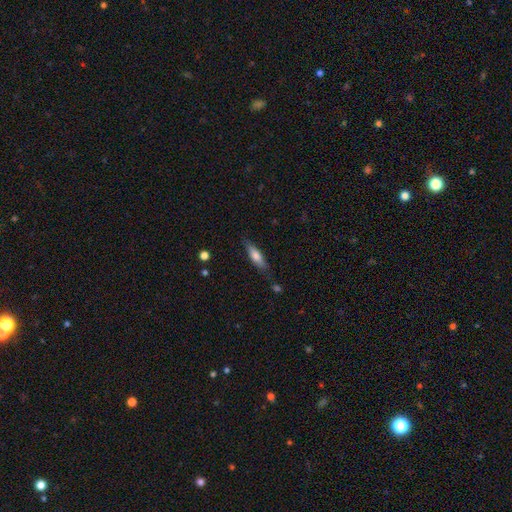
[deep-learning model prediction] smooth_or_featured: smooth (p=0.68) [alt: featured or disk p=0.26]
how_rounded: cigar-shaped (p=0.60) [alt: in between p=0.39]
merging: none (p=0.76) [alt: minor disturbance p=0.17]